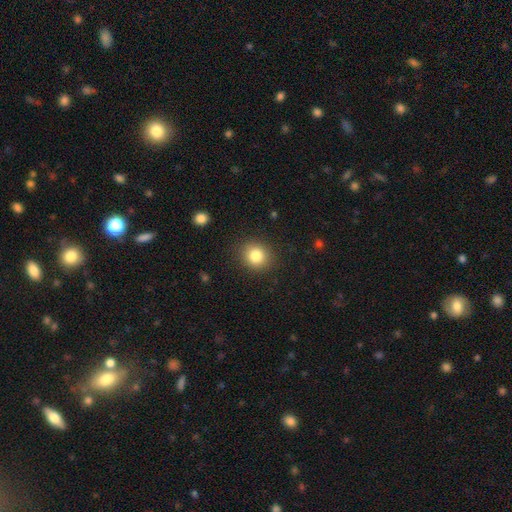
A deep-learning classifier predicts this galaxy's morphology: A smooth galaxy with no disk features (82%) that is round (84%).

Vote fractions:
- Smooth or featured? smooth: 82% / star or artifact: 11% / featured or disk: 8%
- How rounded? round: 84% / in between: 15% / cigar-shaped: 1%
- Merging? none: 89% / minor disturbance: 7% / major disturbance: 3% / merger: 1%